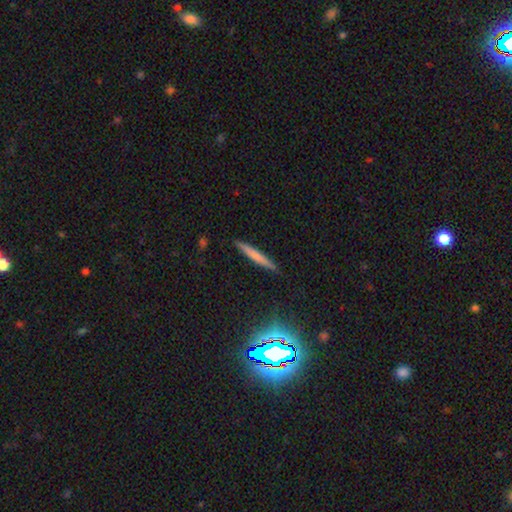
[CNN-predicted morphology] smooth 64%, featured or disk 27%, star or artifact 9%. Down the decision tree: how rounded — cigar-shaped (95%); merging — none (90%).